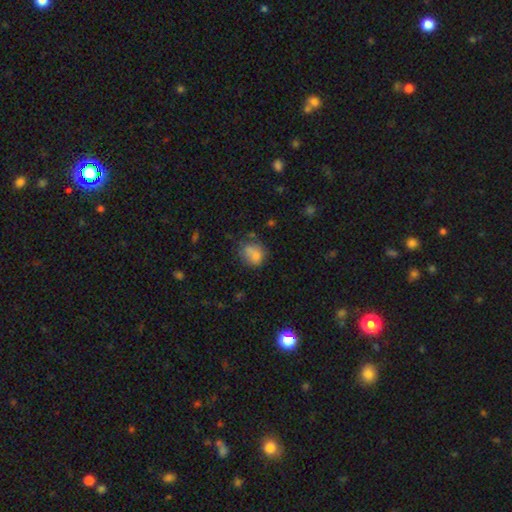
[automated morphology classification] smooth 72%, featured or disk 17%, star or artifact 11%. Down the decision tree: how rounded — round (65%); merging — none (47%).